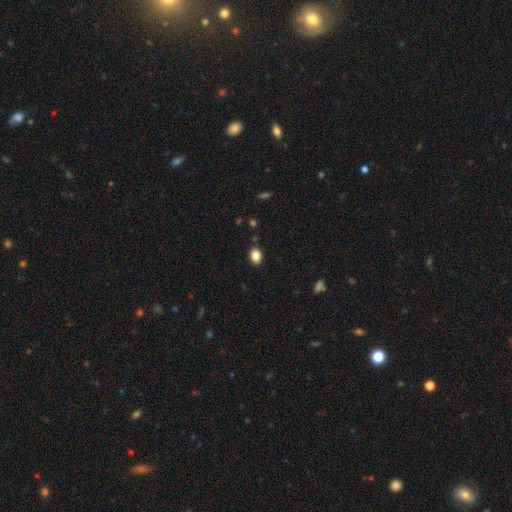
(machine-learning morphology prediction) Overall: smooth (84%). How rounded: in between (76%). Merging: none (87%).